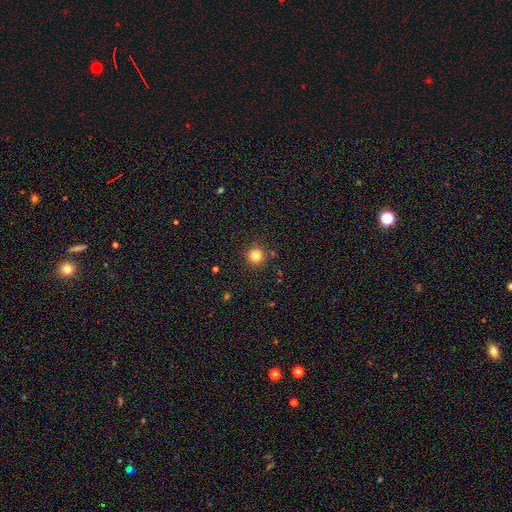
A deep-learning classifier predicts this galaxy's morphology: Smooth or featured? Predicted: smooth (p=0.81). How rounded? Predicted: round (p=0.95). Merging? Predicted: none (p=0.91).